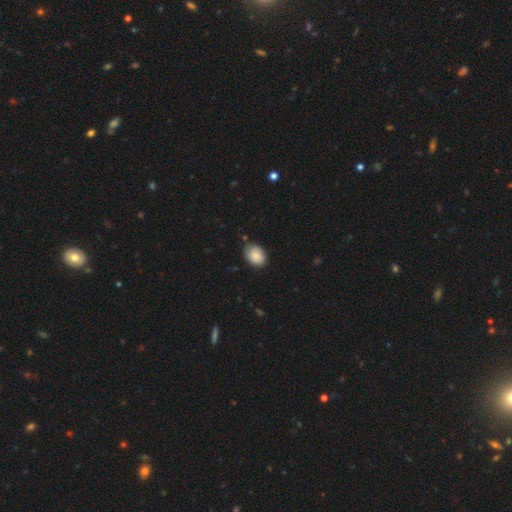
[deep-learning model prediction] Q: Smooth or featured?
A: smooth (87%); runner-up: star or artifact (7%)
Q: How rounded?
A: in between (74%); runner-up: round (25%)
Q: Merging?
A: none (75%); runner-up: minor disturbance (20%)